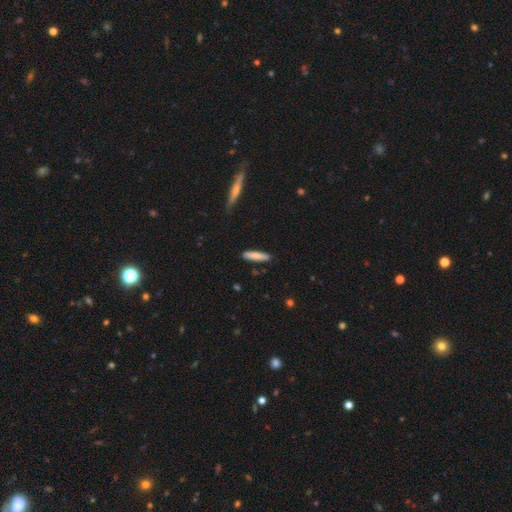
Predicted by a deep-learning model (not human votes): The model was most divided on "how rounded": cigar-shaped: 81%, in between: 18%, round: 1%. More confident: merging — none (88%); smooth or featured — smooth (82%).